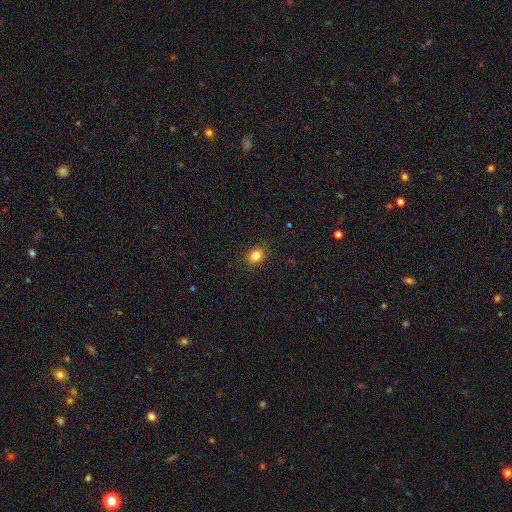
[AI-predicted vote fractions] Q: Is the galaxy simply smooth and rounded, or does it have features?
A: smooth — 83%.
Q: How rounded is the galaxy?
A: round — 54%.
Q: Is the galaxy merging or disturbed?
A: none — 88%.